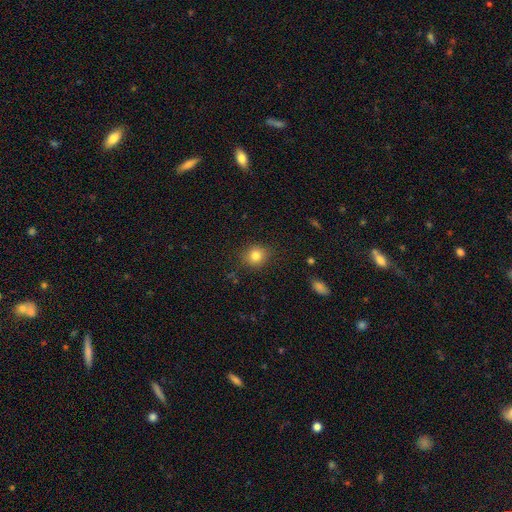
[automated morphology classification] Smooth or featured? Predicted: smooth (p=0.82). How rounded? Predicted: round (p=0.83). Merging? Predicted: none (p=0.86).